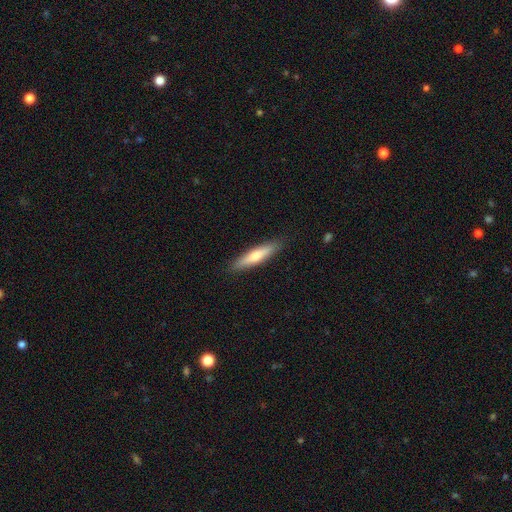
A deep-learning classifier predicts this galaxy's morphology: Smooth or featured?
  - smooth: 61% *
  - featured or disk: 34%
  - star or artifact: 5%
How rounded?
  - cigar-shaped: 84% *
  - in between: 15%
  - round: 1%
Merging?
  - none: 89% *
  - minor disturbance: 8%
  - major disturbance: 2%
  - merger: 1%